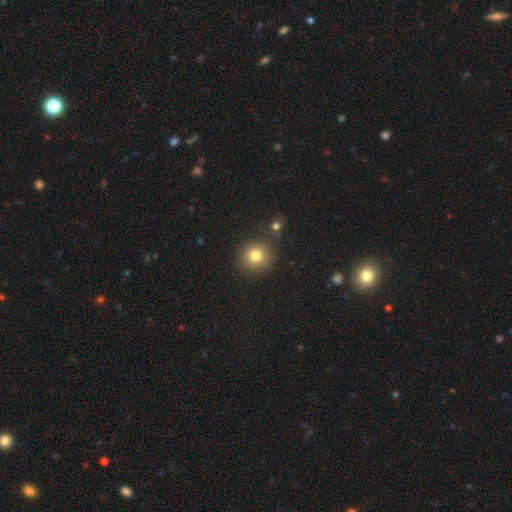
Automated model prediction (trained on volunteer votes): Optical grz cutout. It shows a smooth galaxy with no disk features (79%) that is round (91%). Merging: none (84%).